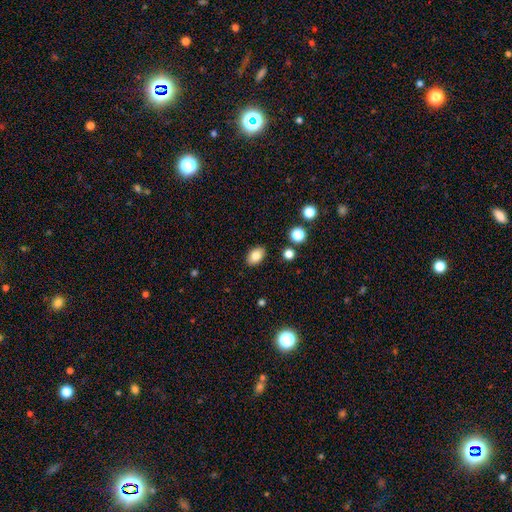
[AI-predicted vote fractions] Smooth or featured? Predicted: smooth (p=0.83). How rounded? Predicted: in between (p=0.84). Merging? Predicted: none (p=0.87).